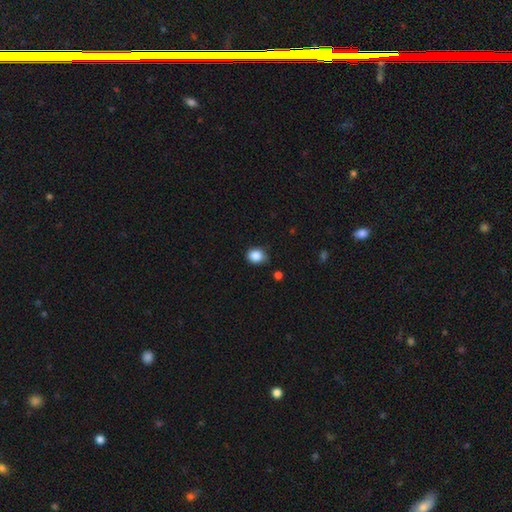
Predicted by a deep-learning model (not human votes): The model was most divided on "how rounded": round: 64%, in between: 35%, cigar-shaped: 1%. More confident: smooth or featured — smooth (86%); merging — none (72%).